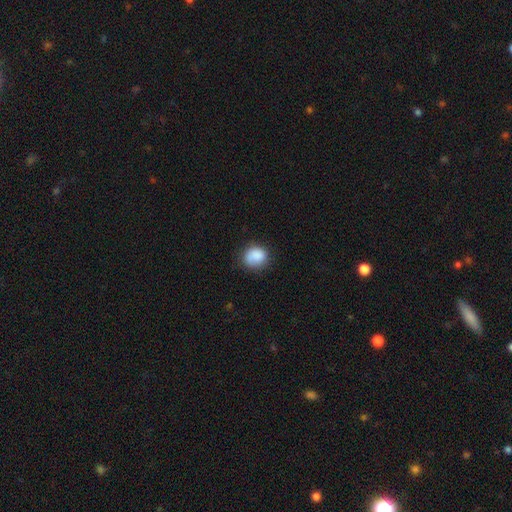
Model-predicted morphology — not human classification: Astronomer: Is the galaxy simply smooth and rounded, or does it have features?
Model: smooth — 86%.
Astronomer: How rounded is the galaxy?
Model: round — 74%.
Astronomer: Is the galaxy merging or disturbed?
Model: none — 74%.